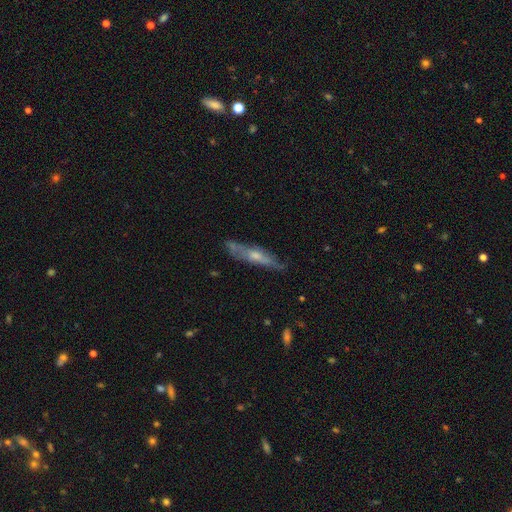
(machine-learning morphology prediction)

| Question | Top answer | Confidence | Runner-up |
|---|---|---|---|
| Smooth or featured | featured or disk | 57% | smooth (36%) |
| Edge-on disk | yes | 70% | no (30%) |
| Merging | none | 63% | minor disturbance (26%) |